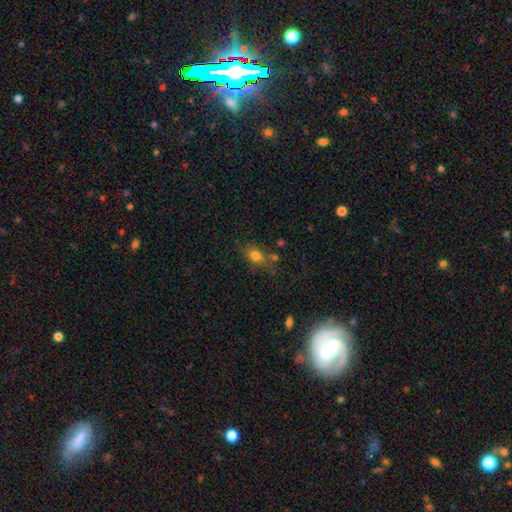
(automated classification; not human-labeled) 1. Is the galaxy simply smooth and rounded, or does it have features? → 75% smooth, 13% featured or disk, 12% star or artifact.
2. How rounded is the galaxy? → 71% in between, 25% round, 4% cigar-shaped.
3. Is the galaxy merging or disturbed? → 61% none, 21% minor disturbance, 10% merger, 8% major disturbance.